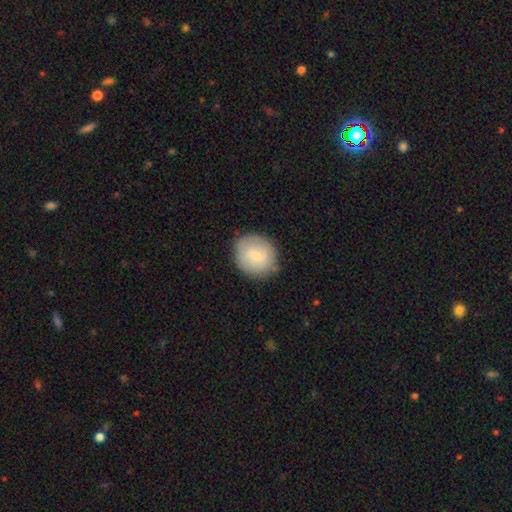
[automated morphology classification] This is likely a smooth galaxy (74%). How rounded: clearly round (82%). Merging: likely none (79%).